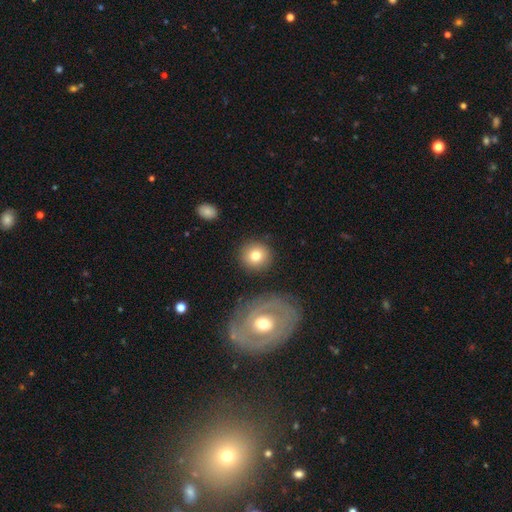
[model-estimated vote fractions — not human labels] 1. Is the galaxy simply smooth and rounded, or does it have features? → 78% smooth, 14% featured or disk, 8% star or artifact.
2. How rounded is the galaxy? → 90% round, 9% in between, 1% cigar-shaped.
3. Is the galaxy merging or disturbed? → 86% none, 8% minor disturbance, 4% merger, 3% major disturbance.